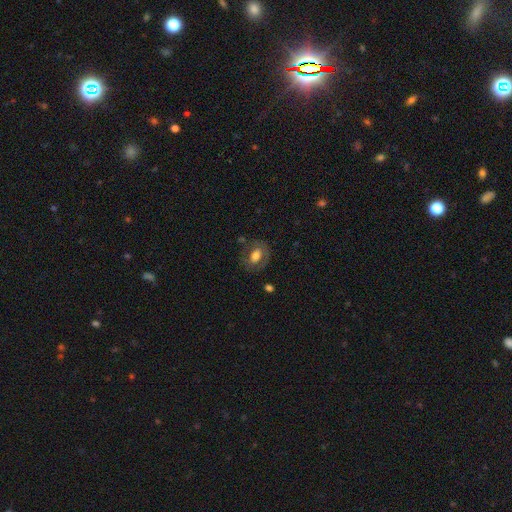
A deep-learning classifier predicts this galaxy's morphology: smooth 57%, featured or disk 34%, star or artifact 9%. Down the decision tree: how rounded — in between (69%); merging — none (69%).